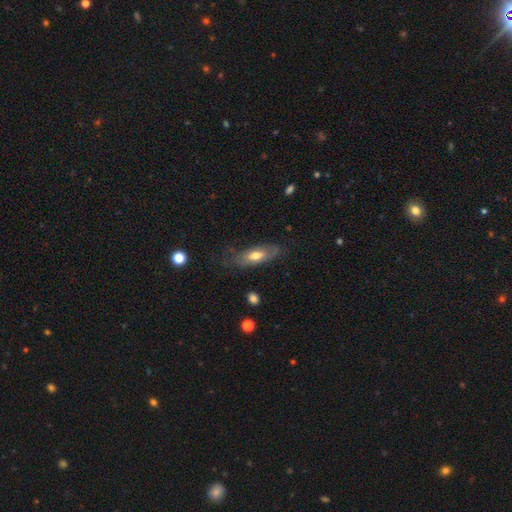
This appears to be a smooth galaxy with no disk features (47%, tied with featured or disk) that is in between round and cigar-shaped (56%). Merging: none (69%).